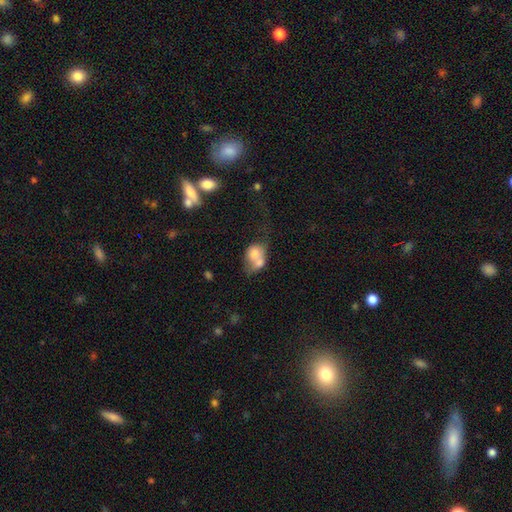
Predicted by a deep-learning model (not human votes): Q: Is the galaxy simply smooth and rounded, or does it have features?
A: smooth — 67%.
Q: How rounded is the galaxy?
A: in between — 53%.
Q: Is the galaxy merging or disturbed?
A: merger — 64%.